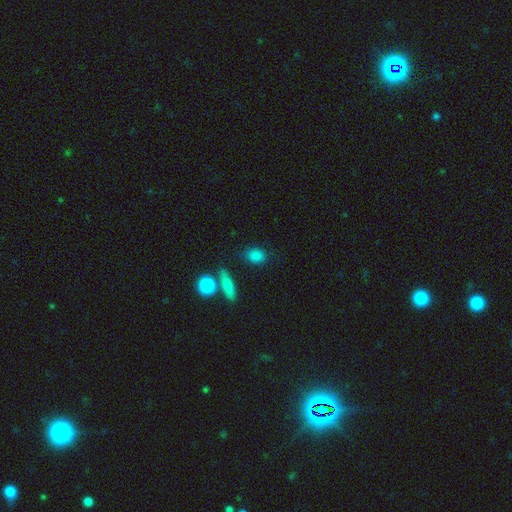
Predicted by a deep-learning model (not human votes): Q: Smooth or featured?
A: smooth (83%); runner-up: star or artifact (11%)
Q: How rounded?
A: in between (58%); runner-up: round (35%)
Q: Merging?
A: none (76%); runner-up: minor disturbance (13%)